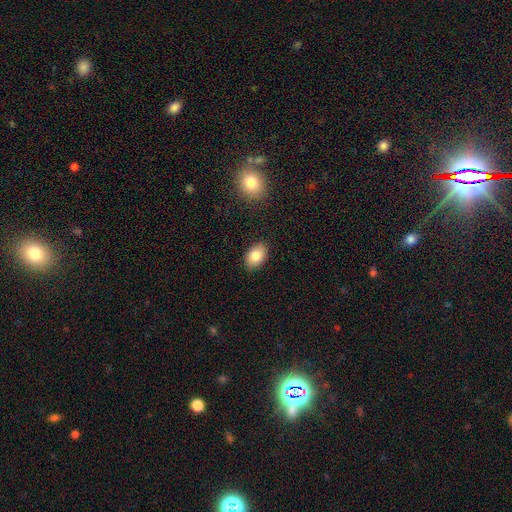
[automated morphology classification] The model was most divided on "smooth or featured": smooth: 83%, featured or disk: 9%, star or artifact: 7%. More confident: how rounded — in between (88%); merging — none (88%).